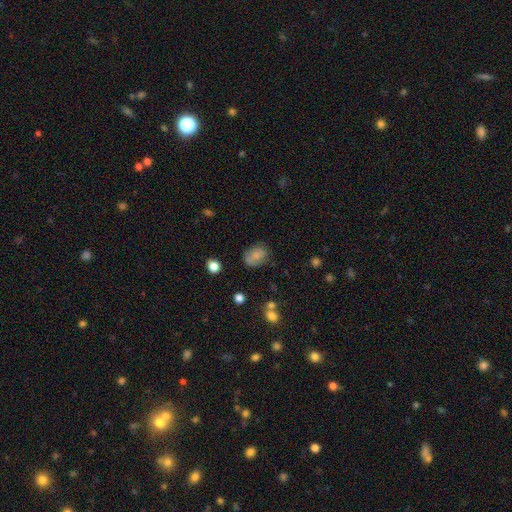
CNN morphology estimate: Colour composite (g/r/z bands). It shows a smooth galaxy with no disk features (72%) that is in between round and cigar-shaped (62%). Merging: none (63%).